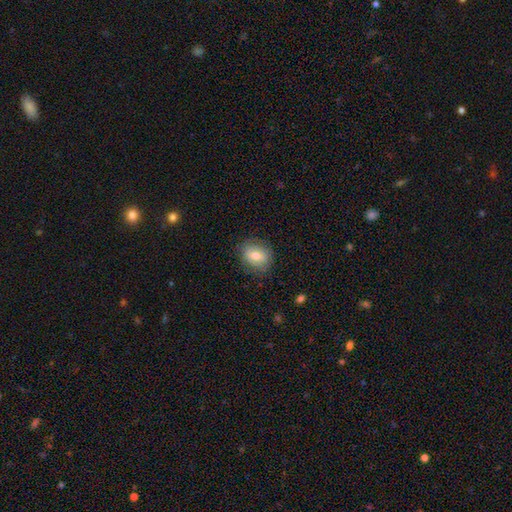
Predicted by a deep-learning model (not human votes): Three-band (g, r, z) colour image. It shows a smooth galaxy with no disk features (65%) that is round (54%). Merging: none (81%).